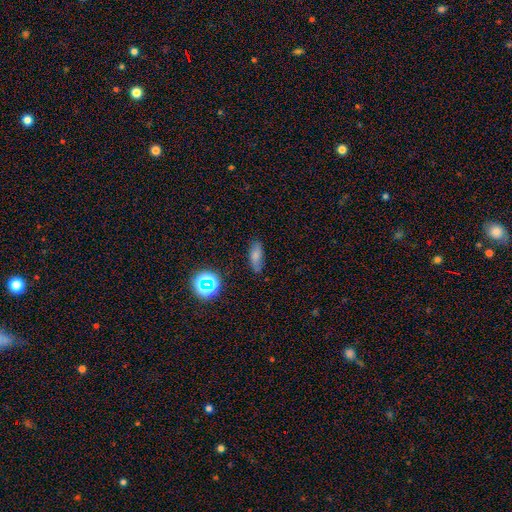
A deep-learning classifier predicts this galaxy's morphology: Smooth or featured: smooth — 72% (star or artifact — 14%)
How rounded: in between — 69% (cigar-shaped — 27%)
Merging: none — 75% (minor disturbance — 19%)